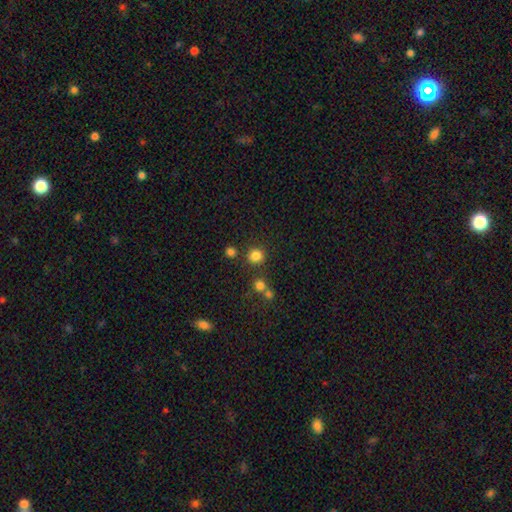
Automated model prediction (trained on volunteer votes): The model was most divided on "smooth or featured": smooth: 81%, star or artifact: 14%, featured or disk: 5%. More confident: how rounded — round (92%); merging — none (82%).